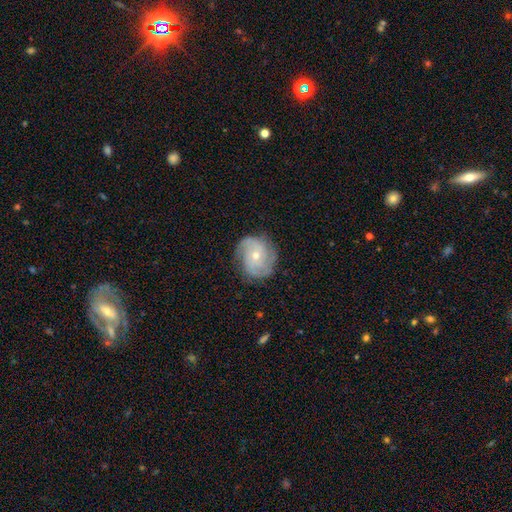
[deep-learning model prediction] Smooth or featured?
  - featured or disk: 78% *
  - smooth: 15%
  - star or artifact: 7%
Edge-on disk?
  - no: 98% *
  - yes: 2%
Bar?
  - no: 74% *
  - weak: 22%
  - strong: 4%
Spiral arms?
  - yes: 94% *
  - no: 6%
Spiral winding?
  - tight: 55% *
  - medium: 35%
  - loose: 10%
Spiral arm count?
  - 3: 31% *
  - can't tell: 24%
  - 2: 22%
  - 4: 12%
  - 1: 5%
  - more than 4: 5%
Bulge size?
  - small: 56% *
  - moderate: 41%
  - large: 1%
  - none: 1%
  - dominant: 1%
Merging?
  - none: 76% *
  - minor disturbance: 17%
  - major disturbance: 5%
  - merger: 1%